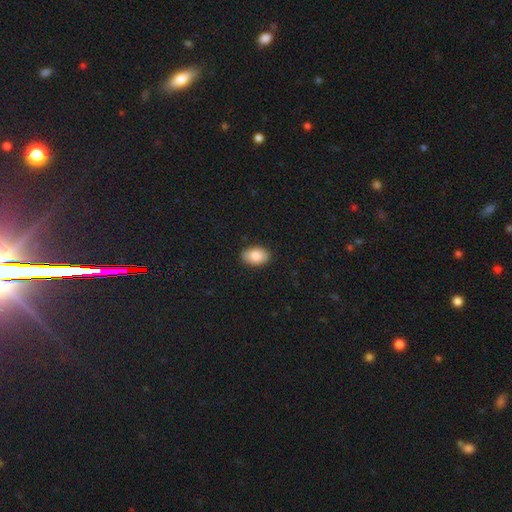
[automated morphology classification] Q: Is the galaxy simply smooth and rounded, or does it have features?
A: smooth — 85%.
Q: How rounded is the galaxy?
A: in between — 89%.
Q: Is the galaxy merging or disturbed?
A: none — 88%.